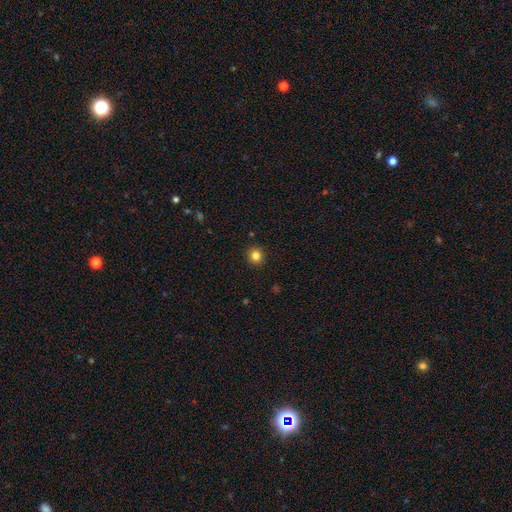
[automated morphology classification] Smooth or featured? Predicted: smooth (p=0.83). How rounded? Predicted: round (p=0.90). Merging? Predicted: none (p=0.92).